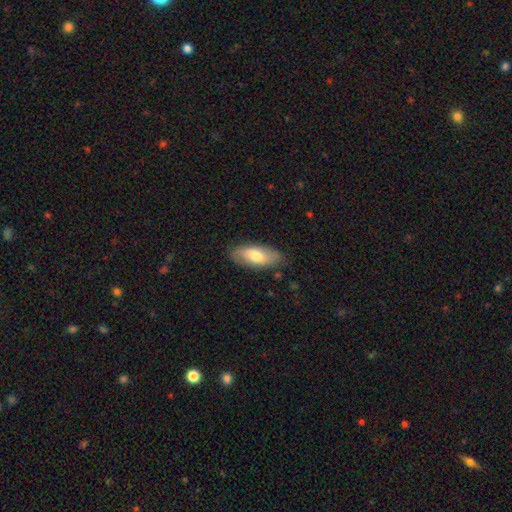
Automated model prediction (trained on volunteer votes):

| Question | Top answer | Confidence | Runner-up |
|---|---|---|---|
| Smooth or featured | smooth | 69% | featured or disk (25%) |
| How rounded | in between | 84% | cigar-shaped (13%) |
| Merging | none | 82% | minor disturbance (14%) |